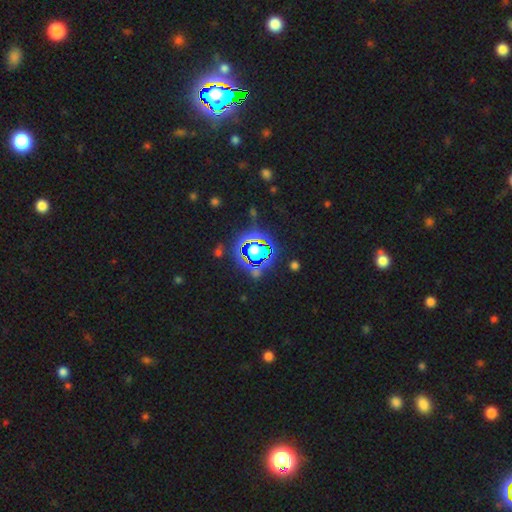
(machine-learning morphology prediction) A star or artifact, not a galaxy (74%).

Vote fractions:
- Smooth or featured? star or artifact: 74% / smooth: 17% / featured or disk: 9%